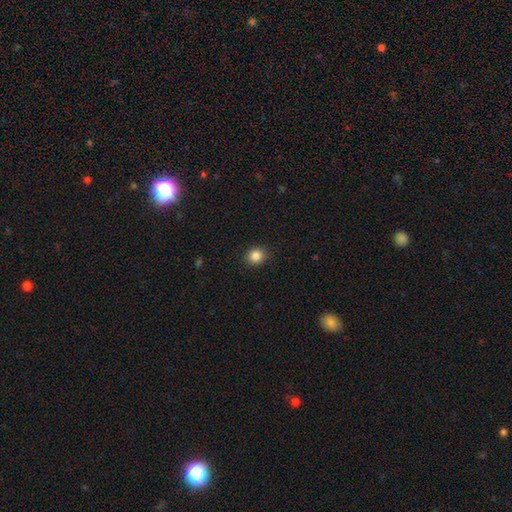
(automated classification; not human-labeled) A smooth galaxy with no disk features (85%) that is round (81%). Merging: none (91%).